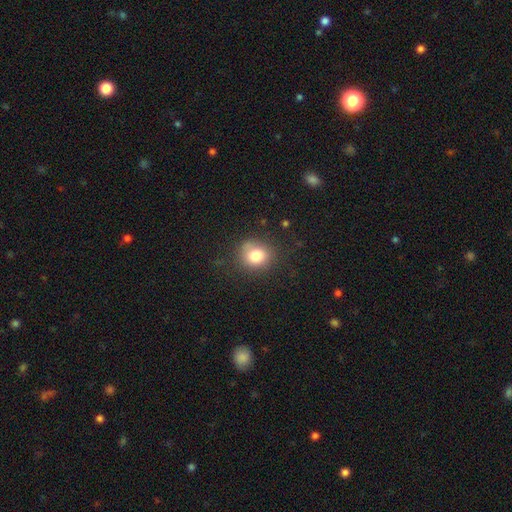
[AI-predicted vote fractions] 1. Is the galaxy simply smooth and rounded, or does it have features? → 80% smooth, 11% star or artifact, 9% featured or disk.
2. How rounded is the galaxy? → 77% round, 22% in between, 1% cigar-shaped.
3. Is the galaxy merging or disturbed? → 76% none, 16% minor disturbance, 6% major disturbance, 2% merger.